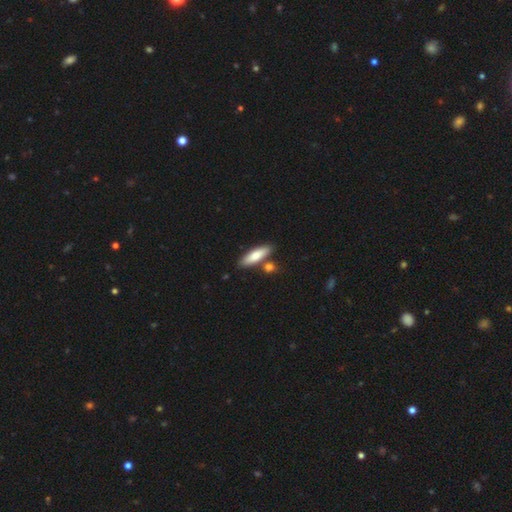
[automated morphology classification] This appears to be a smooth galaxy with no disk features (76%) that is cigar-shaped (55%). Merging: none (75%).